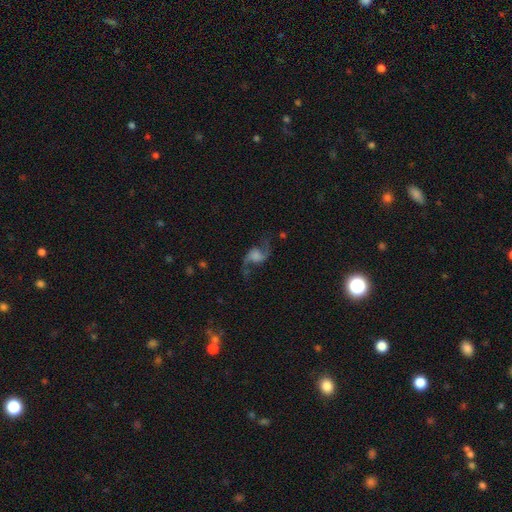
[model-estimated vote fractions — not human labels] Q: Smooth or featured?
A: featured or disk (84%); runner-up: smooth (8%)
Q: Edge-on disk?
A: no (97%); runner-up: yes (3%)
Q: Bar?
A: no (61%); runner-up: weak (31%)
Q: Spiral arms?
A: yes (96%); runner-up: no (4%)
Q: Spiral winding?
A: loose (80%); runner-up: medium (17%)
Q: Spiral arm count?
A: 2 (94%); runner-up: 1 (2%)
Q: Bulge size?
A: none (34%); runner-up: large (25%)
Q: Merging?
A: none (74%); runner-up: minor disturbance (14%)